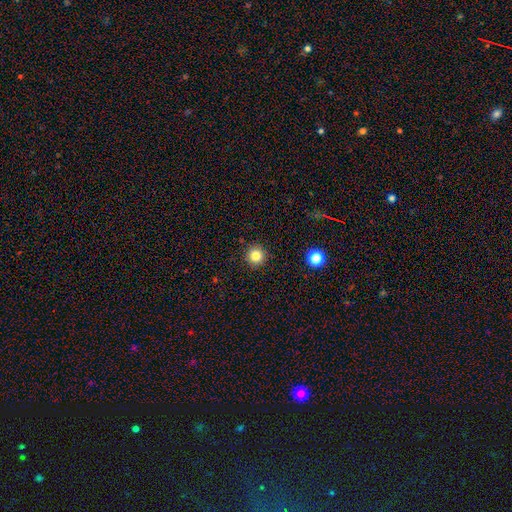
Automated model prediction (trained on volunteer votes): Morphology: type=smooth (83%); roundness=round (94%); merging=none (91%).